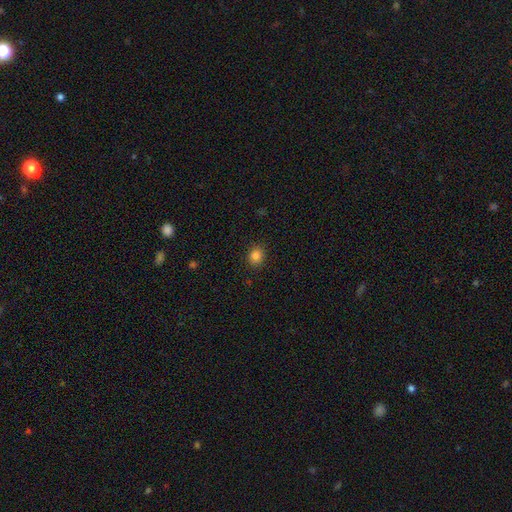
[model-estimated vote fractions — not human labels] Q: Smooth or featured?
A: smooth (84%); runner-up: star or artifact (12%)
Q: How rounded?
A: round (72%); runner-up: in between (27%)
Q: Merging?
A: none (89%); runner-up: minor disturbance (8%)